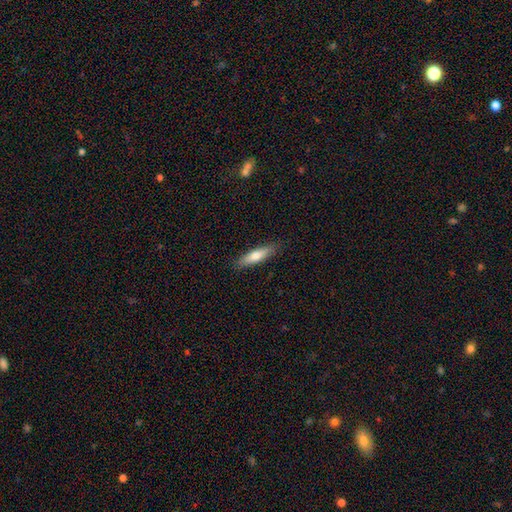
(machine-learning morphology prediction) Smooth or featured?
  - smooth: 72% *
  - featured or disk: 23%
  - star or artifact: 6%
How rounded?
  - cigar-shaped: 67% *
  - in between: 31%
  - round: 2%
Merging?
  - none: 87% *
  - minor disturbance: 10%
  - major disturbance: 2%
  - merger: 1%